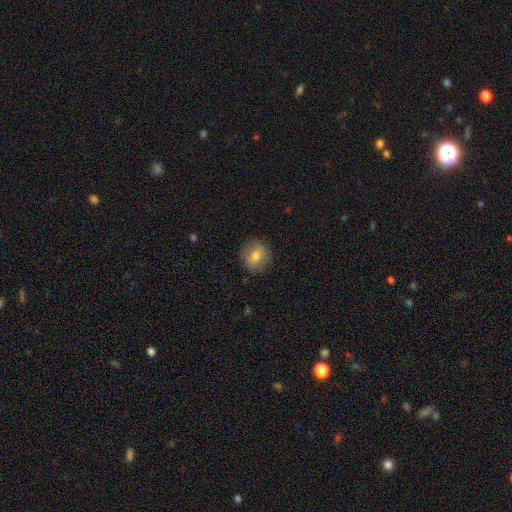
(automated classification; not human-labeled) smooth 66%, featured or disk 24%, star or artifact 10%. Down the decision tree: how rounded — round (84%); merging — none (87%).